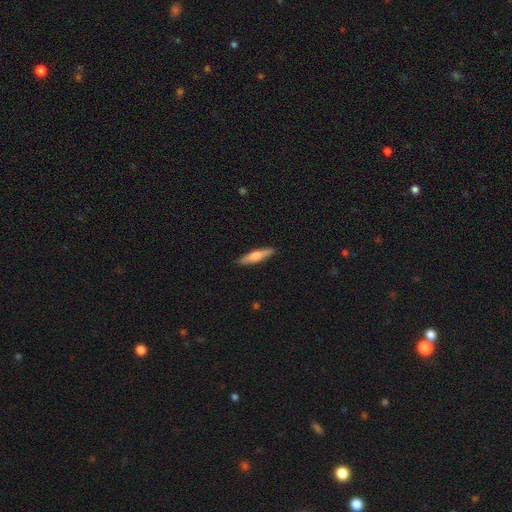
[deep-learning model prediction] This is possibly a smooth galaxy (59%). How rounded: likely cigar-shaped (80%). Merging: clearly none (90%).